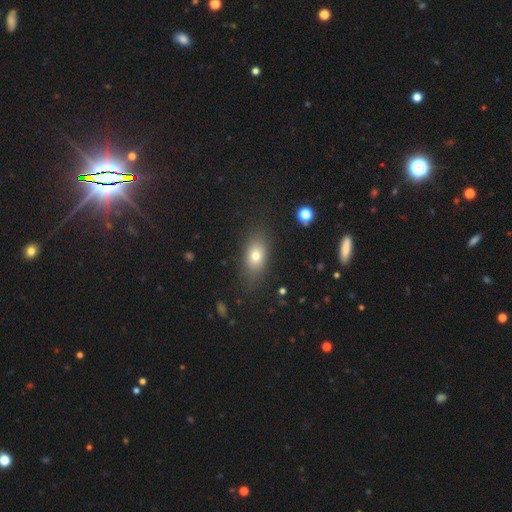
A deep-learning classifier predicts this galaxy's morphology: Smooth or featured? Predicted: smooth (p=0.74). How rounded? Predicted: in between (p=0.80). Merging? Predicted: none (p=0.81).